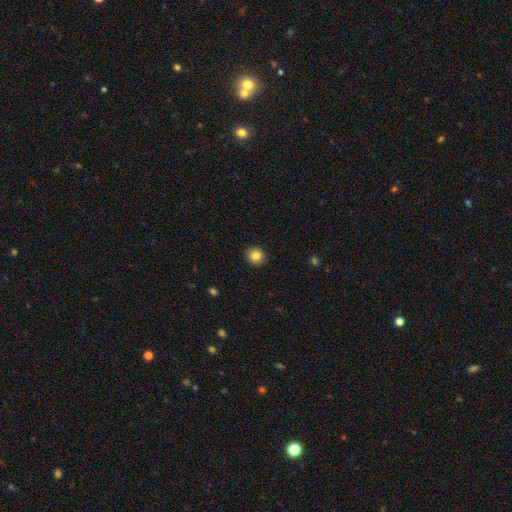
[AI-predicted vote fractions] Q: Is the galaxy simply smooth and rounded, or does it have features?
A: smooth — 84%.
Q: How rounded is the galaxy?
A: round — 92%.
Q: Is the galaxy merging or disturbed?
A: none — 92%.